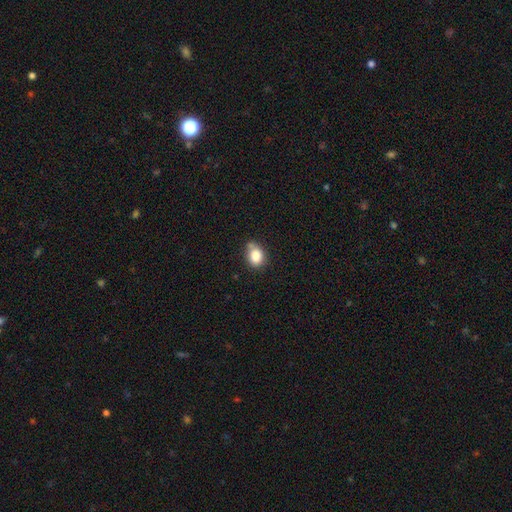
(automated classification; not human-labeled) This appears to be a smooth galaxy with no disk features (84%) that is in between round and cigar-shaped (55%). Merging: none (58%).